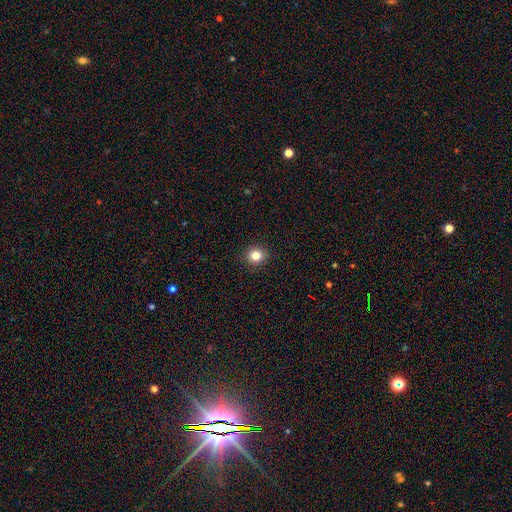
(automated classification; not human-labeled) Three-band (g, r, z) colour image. It shows a smooth galaxy with no disk features (82%) that is round (85%). Merging: none (92%).